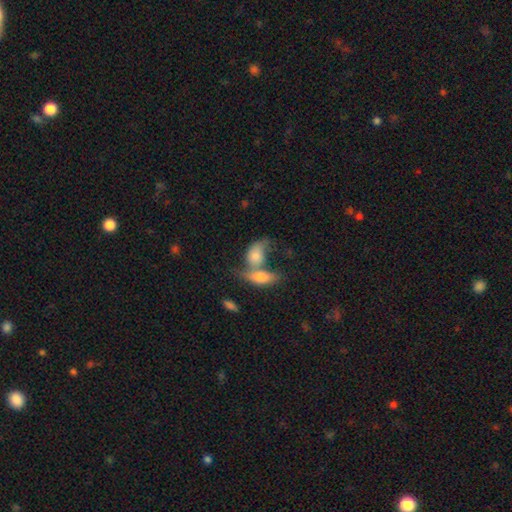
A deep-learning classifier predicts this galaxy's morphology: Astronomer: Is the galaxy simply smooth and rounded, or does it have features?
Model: smooth — 64%.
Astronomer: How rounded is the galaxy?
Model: in between — 81%.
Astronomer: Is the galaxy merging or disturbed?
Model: merger — 68%.